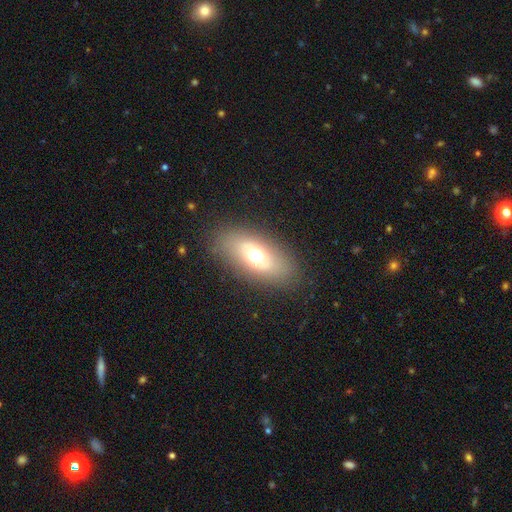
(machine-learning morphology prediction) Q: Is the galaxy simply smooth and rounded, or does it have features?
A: smooth — 57%.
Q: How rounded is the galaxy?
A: in between — 82%.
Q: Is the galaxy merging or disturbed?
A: none — 85%.